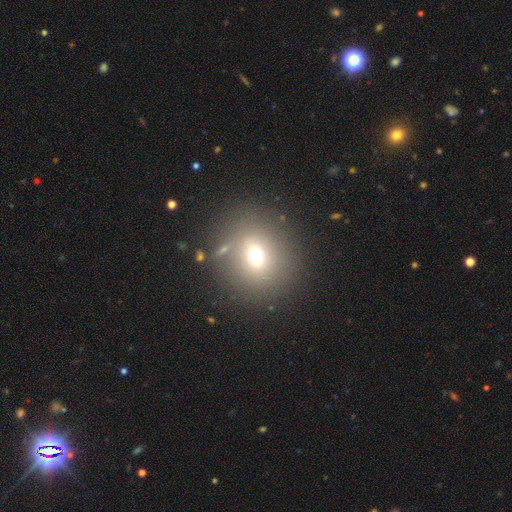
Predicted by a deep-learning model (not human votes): Q: Smooth or featured?
A: smooth (65%); runner-up: star or artifact (20%)
Q: How rounded?
A: round (80%); runner-up: in between (19%)
Q: Merging?
A: none (79%); runner-up: minor disturbance (9%)